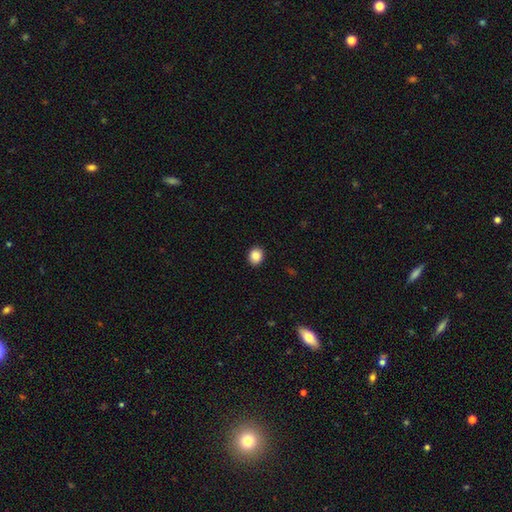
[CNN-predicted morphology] Smooth or featured: smooth — 87% (star or artifact — 9%)
How rounded: round — 69% (in between — 30%)
Merging: none — 92% (minor disturbance — 6%)